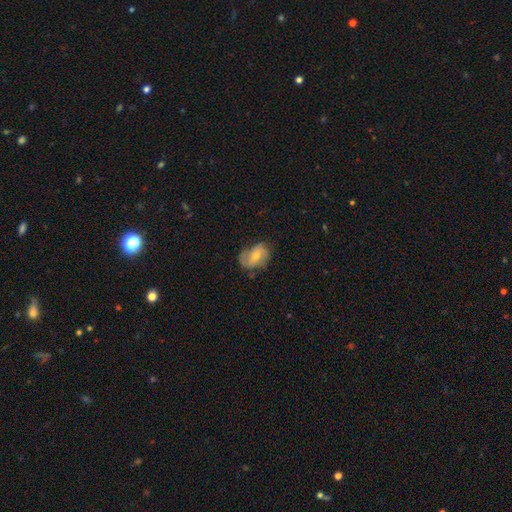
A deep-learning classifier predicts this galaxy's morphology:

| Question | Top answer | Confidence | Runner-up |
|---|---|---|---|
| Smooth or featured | featured or disk | 59% | smooth (32%) |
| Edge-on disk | no | 96% | yes (4%) |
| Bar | no | 51% | weak (37%) |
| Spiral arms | yes | 83% | no (17%) |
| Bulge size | moderate | 53% | small (42%) |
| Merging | none | 65% | minor disturbance (25%) |